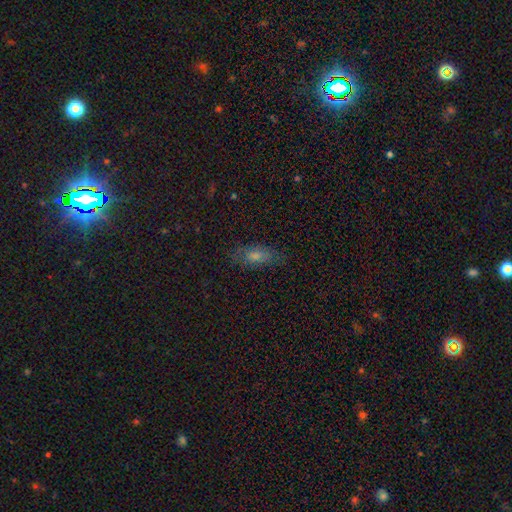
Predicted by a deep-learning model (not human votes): A smooth galaxy with no disk features (54%) that is in between round and cigar-shaped (72%).

Vote fractions:
- Smooth or featured? smooth: 54% / featured or disk: 23% / star or artifact: 23%
- How rounded? in between: 72% / cigar-shaped: 21% / round: 7%
- Merging? none: 78% / minor disturbance: 16% / major disturbance: 4% / merger: 1%